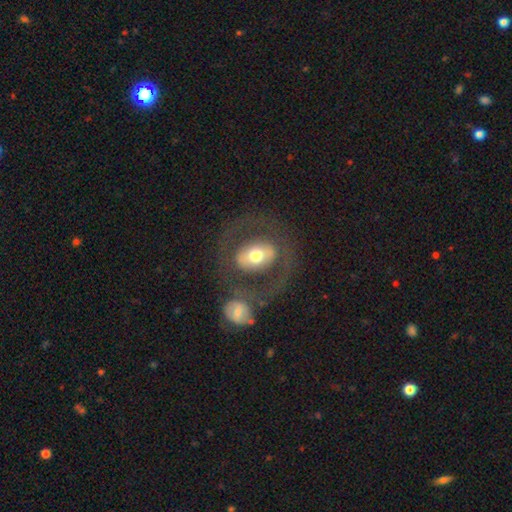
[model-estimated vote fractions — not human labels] smooth-or-featured: featured or disk: 54% | smooth: 39% | star or artifact: 6%
  disk-edge-on: no: 93% | yes: 7%
    bar: no: 50% | strong: 26% | weak: 24%
    has-spiral-arms: no: 67% | yes: 33%
    bulge-size: moderate: 64% | large: 18% | small: 13% | dominant: 3% | none: 1%
  merging: none: 66% | major disturbance: 14% | minor disturbance: 12% | merger: 9%